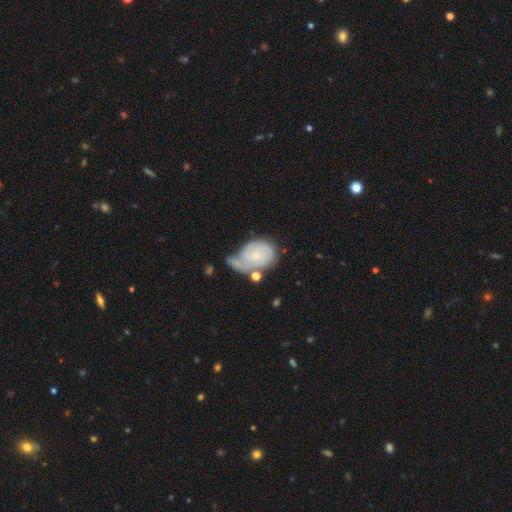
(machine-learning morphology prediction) Q: Smooth or featured?
A: featured or disk (58%); runner-up: smooth (34%)
Q: Edge-on disk?
A: no (97%); runner-up: yes (3%)
Q: Bar?
A: no (77%); runner-up: weak (20%)
Q: Spiral arms?
A: yes (81%); runner-up: no (19%)
Q: Bulge size?
A: small (68%); runner-up: moderate (17%)
Q: Merging?
A: minor disturbance (28%); tied with: none (28%)